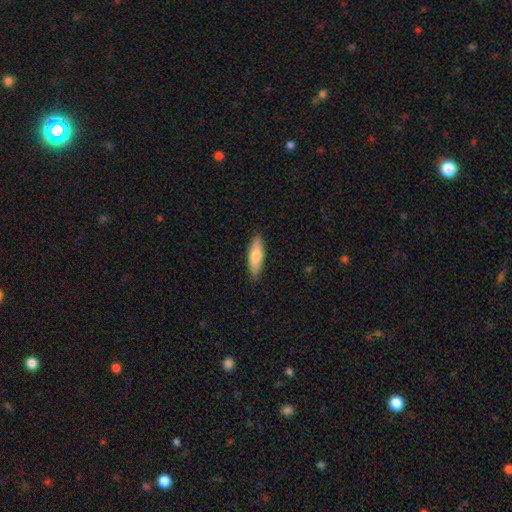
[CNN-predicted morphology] smooth_or_featured: smooth (p=0.73) [alt: featured or disk p=0.21]
how_rounded: cigar-shaped (p=0.53) [alt: in between p=0.45]
merging: none (p=0.88) [alt: minor disturbance p=0.10]